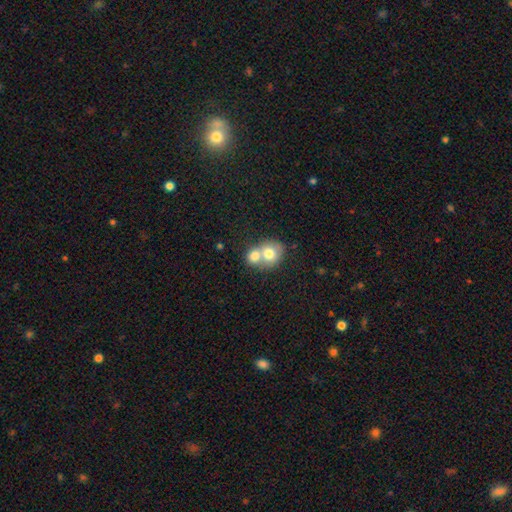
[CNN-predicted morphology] Smooth or featured?
  - smooth: 71% *
  - featured or disk: 21%
  - star or artifact: 8%
How rounded?
  - round: 67% *
  - in between: 32%
  - cigar-shaped: 1%
Merging?
  - merger: 70% *
  - none: 22%
  - minor disturbance: 5%
  - major disturbance: 2%